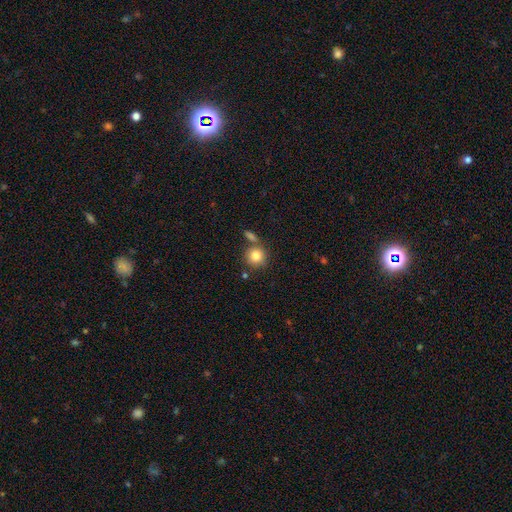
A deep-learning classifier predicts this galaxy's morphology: Overall: smooth (83%). How rounded: round (90%). Merging: none (66%).